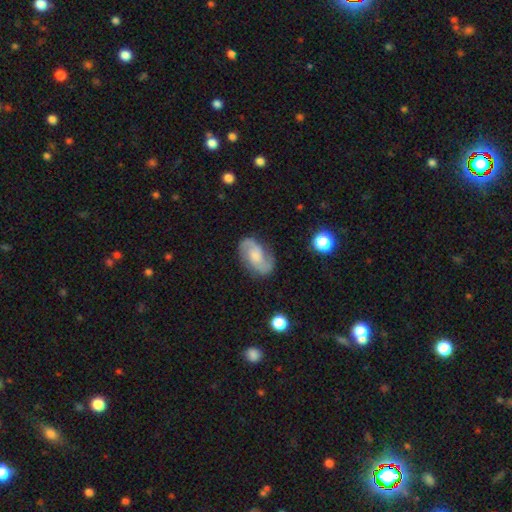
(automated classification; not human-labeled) The model was most divided on "bulge size": moderate: 35%, small: 31%, none: 21%, large: 12%, dominant: 2%. More confident: edge-on disk — no (97%); spiral arms — yes (95%); spiral arm count — 2 (91%); smooth or featured — featured or disk (79%); merging — none (78%); bar — no (53%); spiral winding — medium (51%).